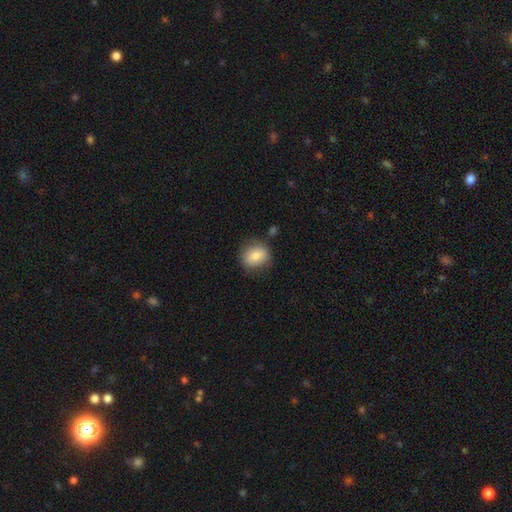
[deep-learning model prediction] A smooth galaxy with no disk features (81%) that is round (63%). Merging: none (78%).